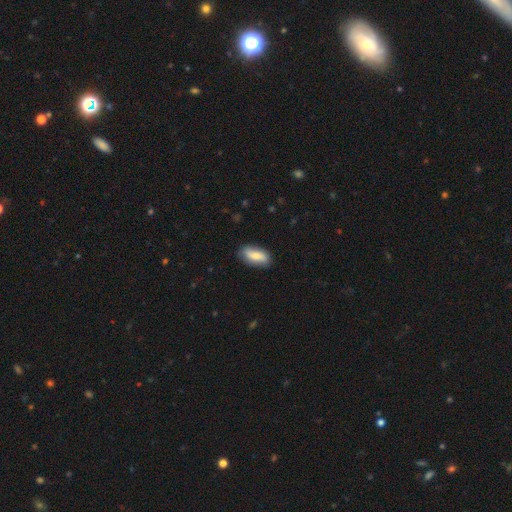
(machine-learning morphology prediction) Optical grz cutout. It shows a smooth galaxy with no disk features (72%) that is in between round and cigar-shaped (84%). Merging: none (82%).